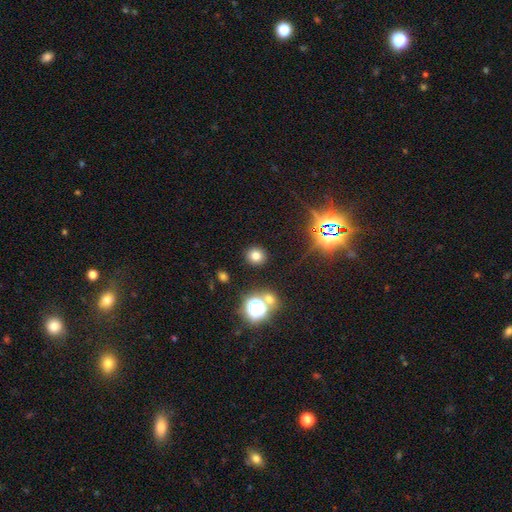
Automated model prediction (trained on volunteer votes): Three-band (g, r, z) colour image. It shows a smooth galaxy with no disk features (73%) that is round (89%). Merging: none (88%).